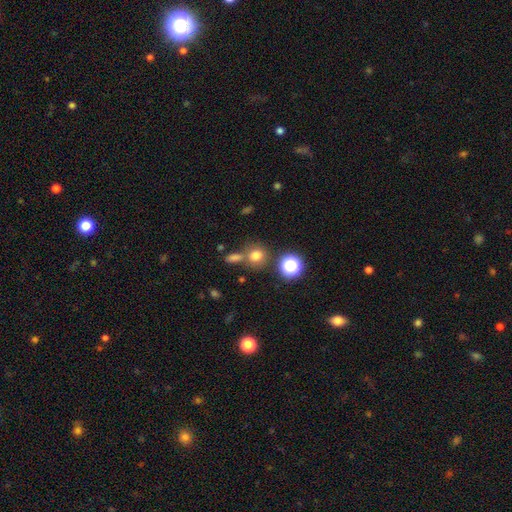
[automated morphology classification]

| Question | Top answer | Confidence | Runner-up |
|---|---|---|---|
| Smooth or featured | smooth | 73% | star or artifact (18%) |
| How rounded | round | 78% | in between (20%) |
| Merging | none | 64% | merger (20%) |